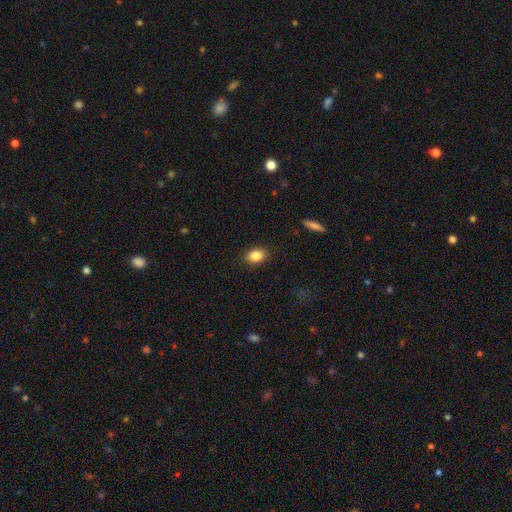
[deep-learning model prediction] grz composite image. It shows a smooth galaxy with no disk features (86%) that is in between round and cigar-shaped (76%). Merging: none (87%).